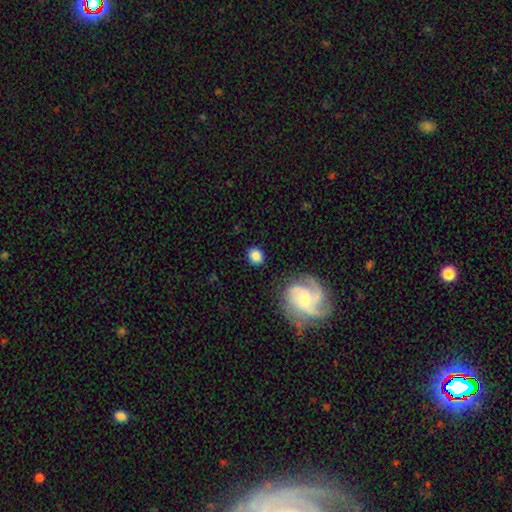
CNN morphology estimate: Q: Smooth or featured?
A: smooth (80%); runner-up: featured or disk (12%)
Q: How rounded?
A: round (57%); runner-up: in between (42%)
Q: Merging?
A: none (82%); runner-up: minor disturbance (11%)